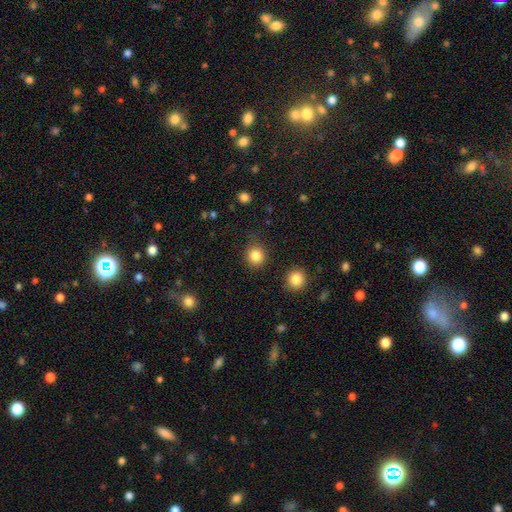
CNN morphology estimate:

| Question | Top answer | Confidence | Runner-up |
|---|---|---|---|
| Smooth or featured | smooth | 85% | star or artifact (11%) |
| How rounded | round | 88% | in between (11%) |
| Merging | none | 81% | minor disturbance (12%) |